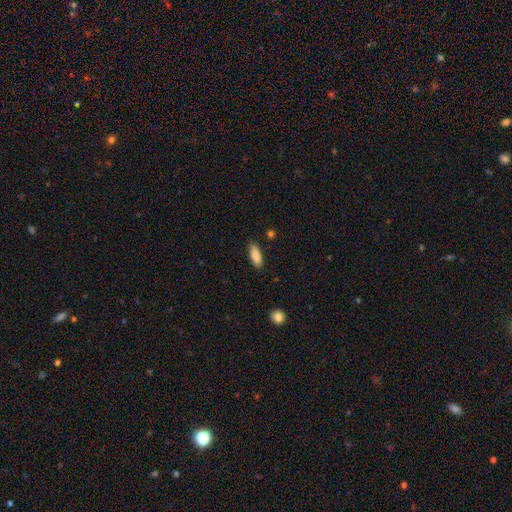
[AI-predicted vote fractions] Smooth or featured? smooth (88%)
How rounded? in between (73%)
Merging? none (85%)